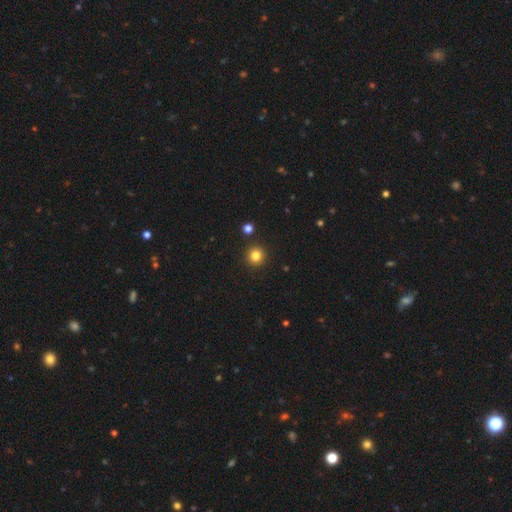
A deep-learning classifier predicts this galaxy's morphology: A smooth galaxy with no disk features (82%) that is round (94%).

Vote fractions:
- Smooth or featured? smooth: 82% / star or artifact: 13% / featured or disk: 5%
- How rounded? round: 94% / in between: 5% / cigar-shaped: 1%
- Merging? none: 91% / minor disturbance: 5% / merger: 2% / major disturbance: 2%